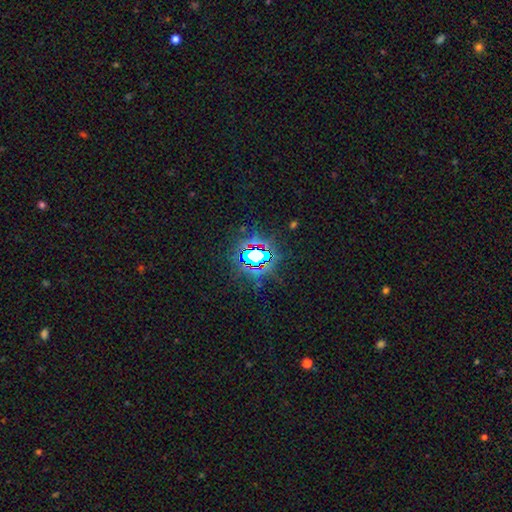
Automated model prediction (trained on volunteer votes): star or artifact 75%, smooth 14%, featured or disk 11%.